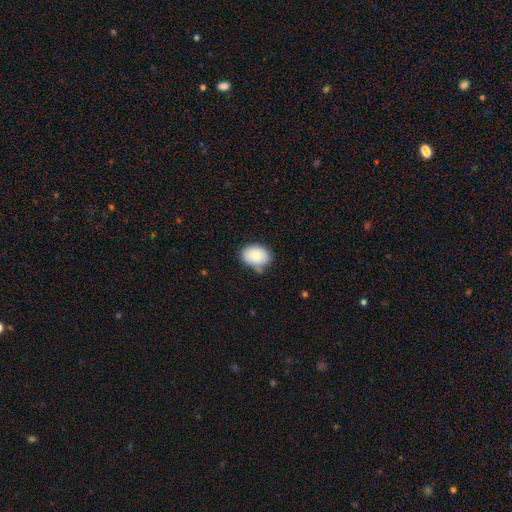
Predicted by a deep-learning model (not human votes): This appears to be a smooth galaxy with no disk features (84%) that is in between round and cigar-shaped (76%). Merging: none (66%).